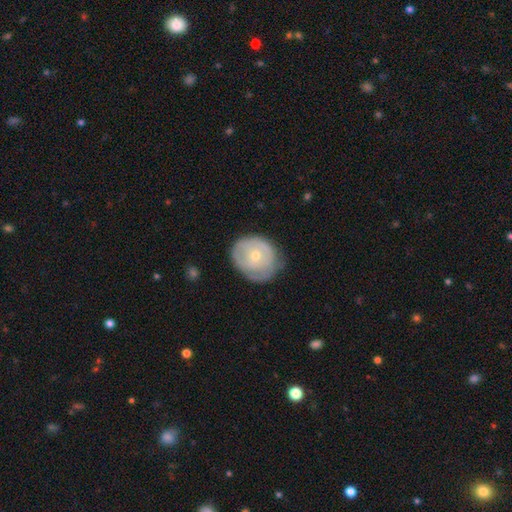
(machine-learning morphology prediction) This is possibly a featured or disk galaxy (53%). It is clearly not viewed edge-on (96%). Bar: clearly no (81%). Spiral arm pattern: possibly yes (55%). Central bulge: possibly small (55%). Merging: possibly none (57%).